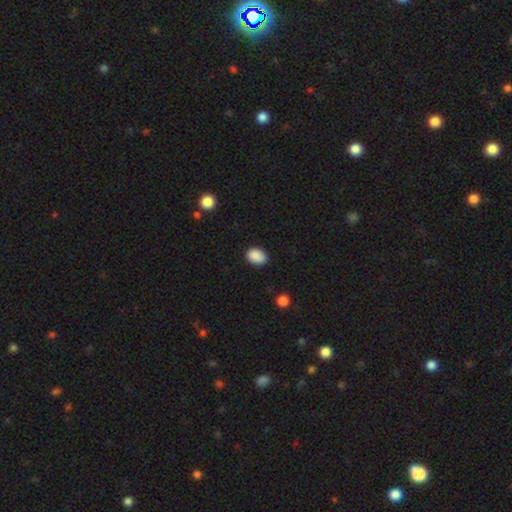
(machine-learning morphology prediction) This is clearly a smooth galaxy (89%). How rounded: likely in between (74%). Merging: clearly none (82%).